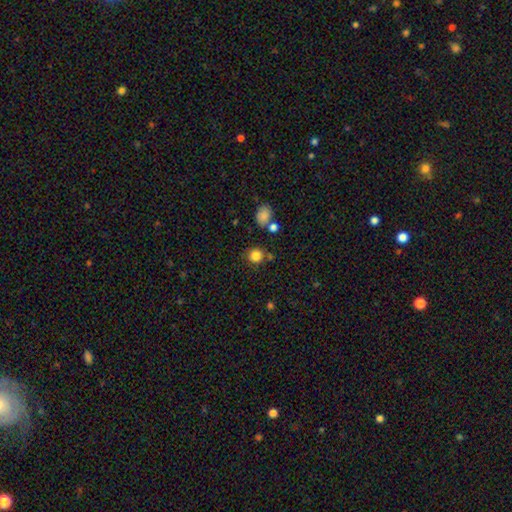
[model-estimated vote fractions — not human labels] A smooth galaxy with no disk features (84%) that is round (88%). Merging: none (76%).